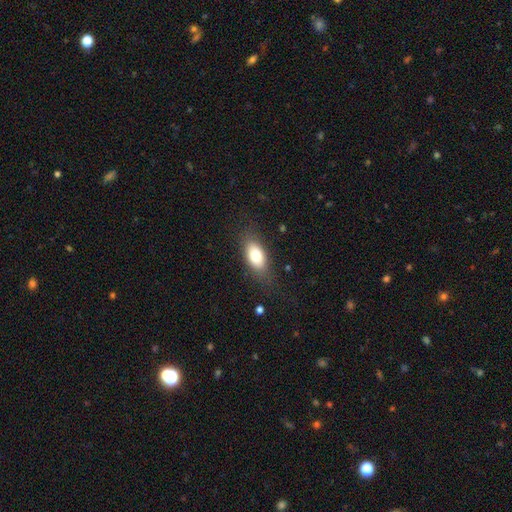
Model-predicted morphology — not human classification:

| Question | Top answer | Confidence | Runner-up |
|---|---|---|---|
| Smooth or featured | smooth | 76% | featured or disk (16%) |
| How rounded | in between | 88% | cigar-shaped (6%) |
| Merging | none | 80% | minor disturbance (14%) |